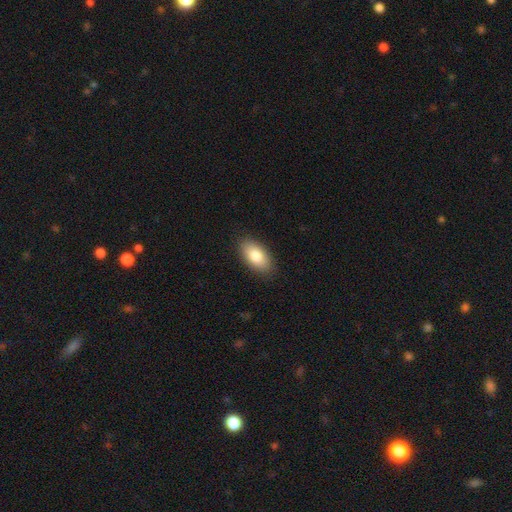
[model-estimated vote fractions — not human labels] smooth-or-featured: smooth: 82% | featured or disk: 11% | star or artifact: 7%
  how-rounded: in between: 93% | round: 4% | cigar-shaped: 3%
  merging: none: 88% | minor disturbance: 9% | major disturbance: 2% | merger: 1%